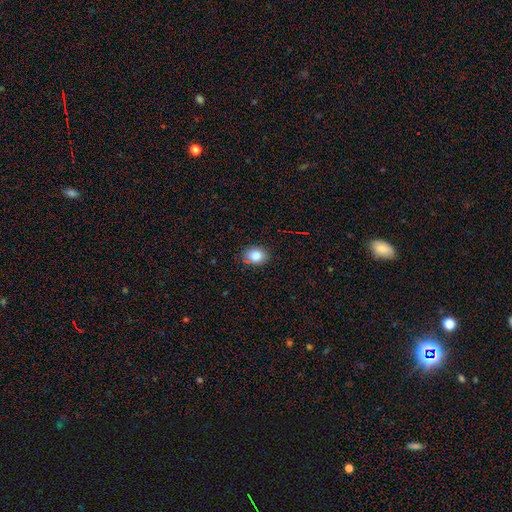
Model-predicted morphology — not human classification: smooth-or-featured: smooth: 84% | star or artifact: 10% | featured or disk: 6%
  how-rounded: in between: 57% | round: 42% | cigar-shaped: 1%
  merging: none: 84% | minor disturbance: 12% | major disturbance: 2% | merger: 1%